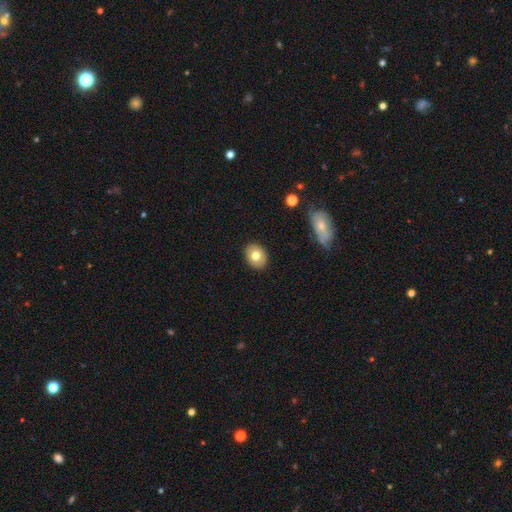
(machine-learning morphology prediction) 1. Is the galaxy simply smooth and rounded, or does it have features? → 74% smooth, 18% featured or disk, 8% star or artifact.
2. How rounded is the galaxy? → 52% round, 47% in between, 1% cigar-shaped.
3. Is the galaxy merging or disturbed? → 90% none, 7% minor disturbance, 2% major disturbance, 1% merger.